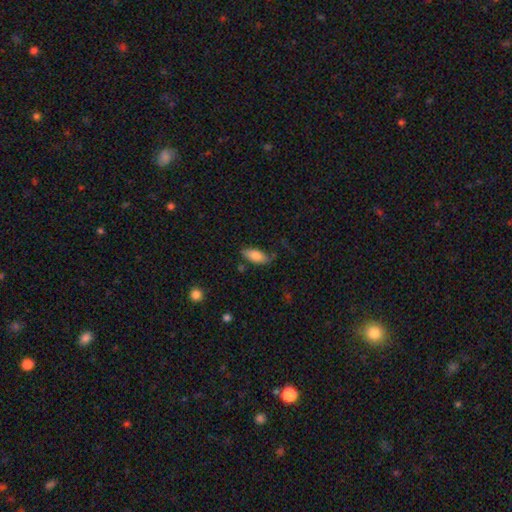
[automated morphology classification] This appears to be a smooth galaxy with no disk features (81%) that is in between round and cigar-shaped (85%). Merging: none (71%).